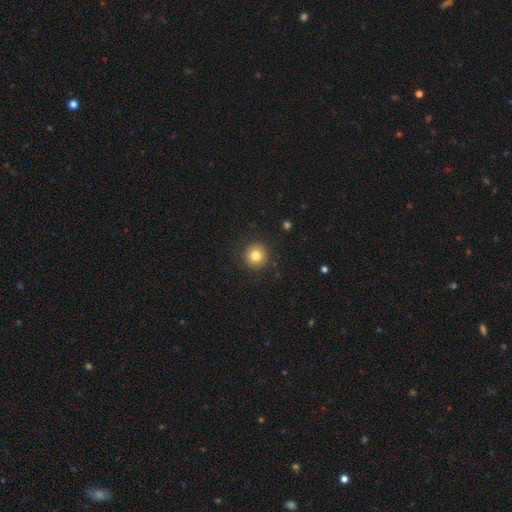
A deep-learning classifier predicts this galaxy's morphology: Smooth or featured? Predicted: smooth (p=0.80). How rounded? Predicted: round (p=0.94). Merging? Predicted: none (p=0.89).